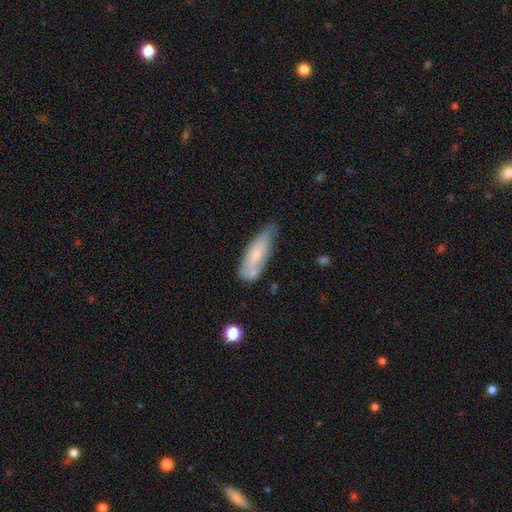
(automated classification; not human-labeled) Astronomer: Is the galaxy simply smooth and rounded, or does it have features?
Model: smooth — 65%.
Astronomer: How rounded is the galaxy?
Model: in between — 53% (runner-up: cigar-shaped, 46%).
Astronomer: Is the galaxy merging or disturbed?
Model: none — 48% (runner-up: minor disturbance, 33%).